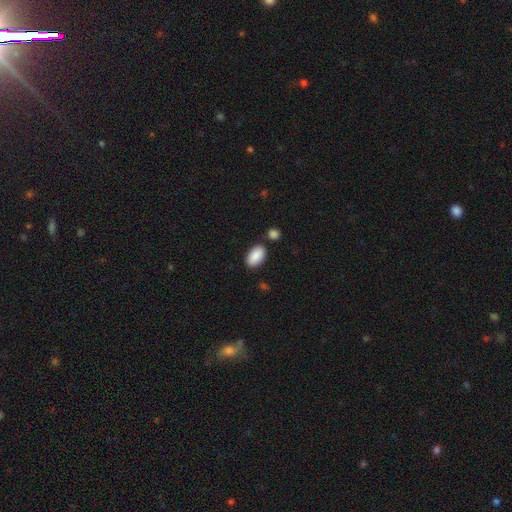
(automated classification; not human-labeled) Morphology: type=smooth (89%); roundness=in between (94%); merging=none (78%).